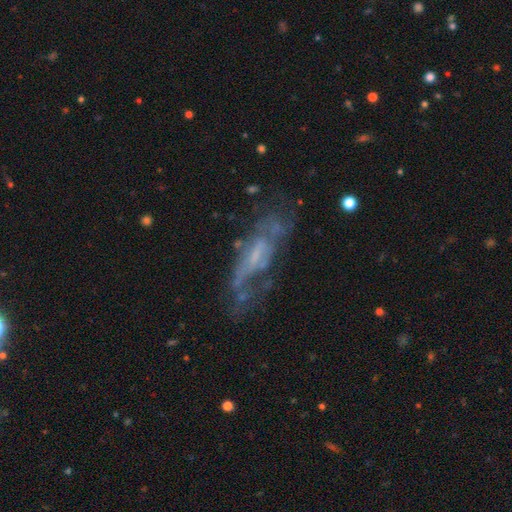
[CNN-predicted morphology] Smooth or featured?
  - featured or disk: 69% *
  - smooth: 21%
  - star or artifact: 11%
Edge-on disk?
  - no: 79% *
  - yes: 21%
Bar?
  - no: 43% *
  - weak: 39%
  - strong: 17%
Spiral arms?
  - yes: 59% *
  - no: 41%
Bulge size?
  - small: 41% *
  - none: 31%
  - moderate: 23%
  - large: 4%
  - dominant: 1%
Merging?
  - none: 46% *
  - major disturbance: 26%
  - minor disturbance: 22%
  - merger: 6%